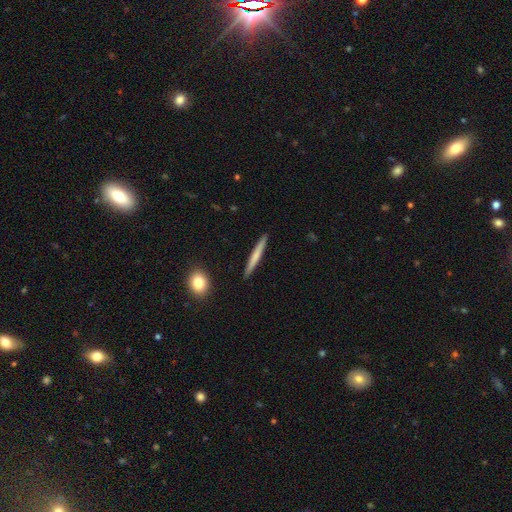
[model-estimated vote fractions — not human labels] smooth-or-featured: smooth: 59% | featured or disk: 35% | star or artifact: 5%
  how-rounded: cigar-shaped: 96% | in between: 2% | round: 1%
  merging: none: 91% | minor disturbance: 6% | major disturbance: 1% | merger: 1%